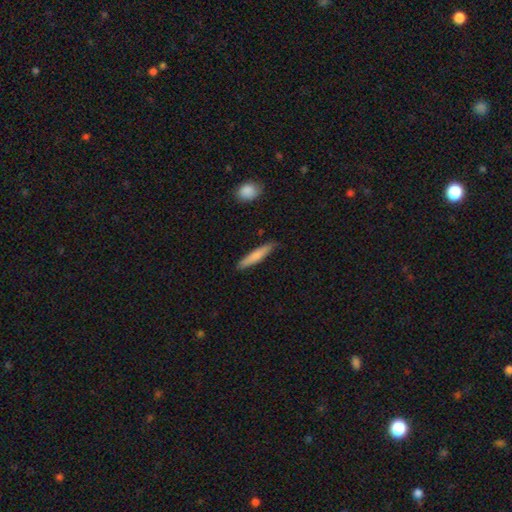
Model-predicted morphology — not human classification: Q: Smooth or featured?
A: smooth (74%); runner-up: featured or disk (21%)
Q: How rounded?
A: cigar-shaped (89%); runner-up: in between (9%)
Q: Merging?
A: none (84%); runner-up: minor disturbance (13%)